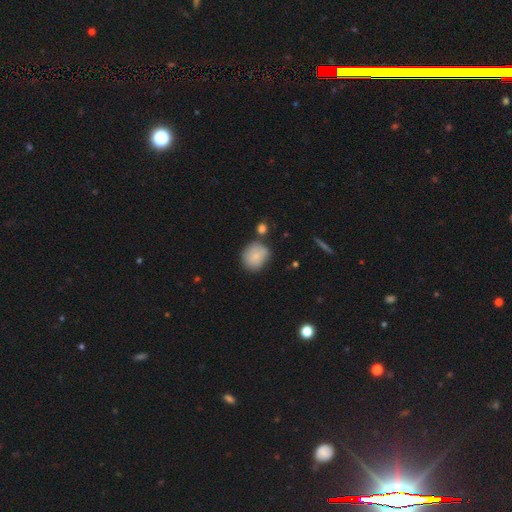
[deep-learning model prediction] This appears to be a smooth galaxy with no disk features (81%) that is round (73%). Merging: none (64%).